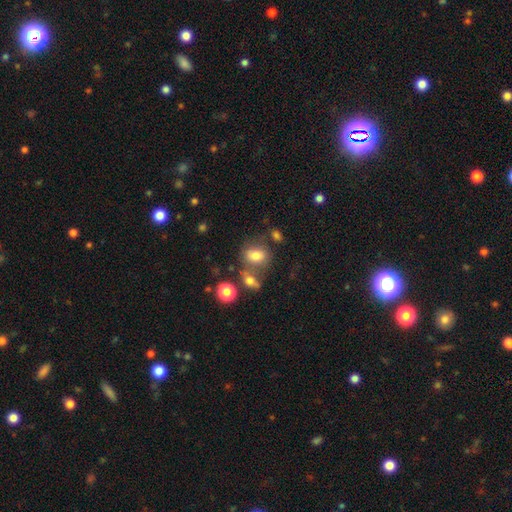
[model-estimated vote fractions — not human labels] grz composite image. It shows a smooth galaxy with no disk features (76%) that is in between round and cigar-shaped (66%). Merging: none (53%).